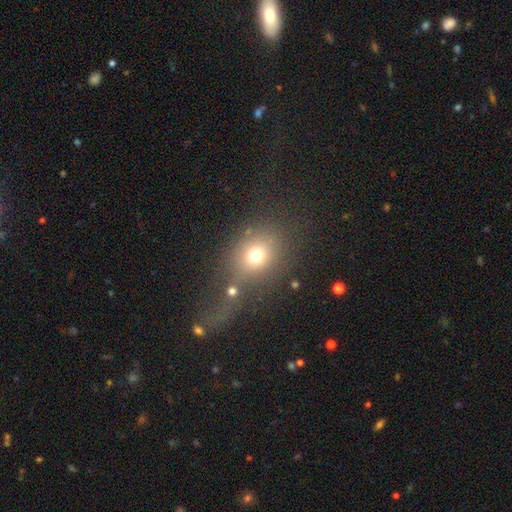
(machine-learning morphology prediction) This is likely a smooth galaxy (70%). How rounded: possibly round (59%). Merging: possibly none (54%).